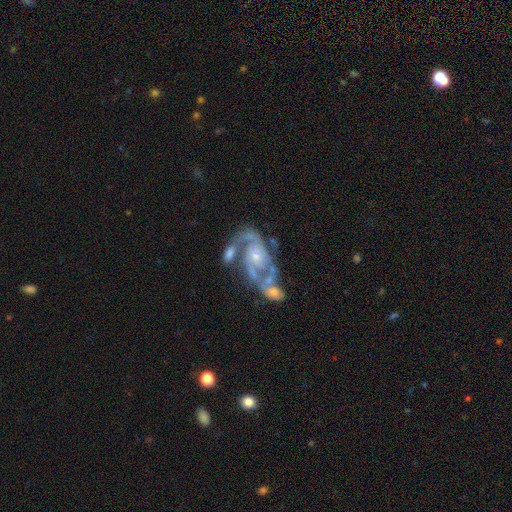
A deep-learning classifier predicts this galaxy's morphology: smooth-or-featured: featured or disk: 89% | star or artifact: 6% | smooth: 5%
  disk-edge-on: no: 97% | yes: 3%
    bar: no: 60% | weak: 29% | strong: 11%
    has-spiral-arms: yes: 96% | no: 4%
      spiral-winding: medium: 51% | tight: 34% | loose: 15%
      spiral-arm-count: 2: 78% | 3: 8% | can't tell: 7% | 1: 3% | 4: 2% | more than 4: 2%
    bulge-size: small: 60% | moderate: 33% | none: 4% | large: 2% | dominant: 1%
  merging: none: 36% | merger: 32% | minor disturbance: 17% | major disturbance: 16%